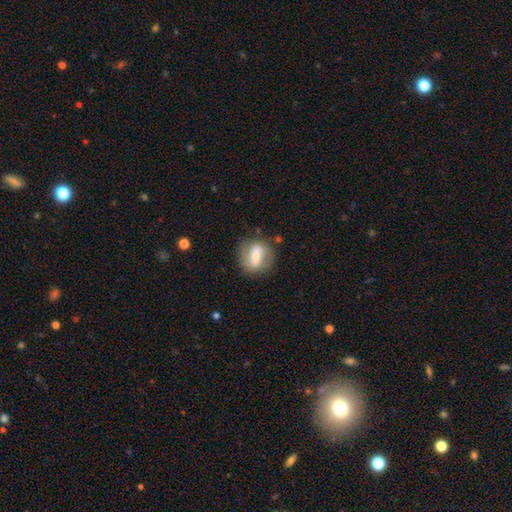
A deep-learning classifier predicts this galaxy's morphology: featured or disk 52%, smooth 41%, star or artifact 7%. Down the decision tree: edge-on disk — no (92%); merging — none (74%).